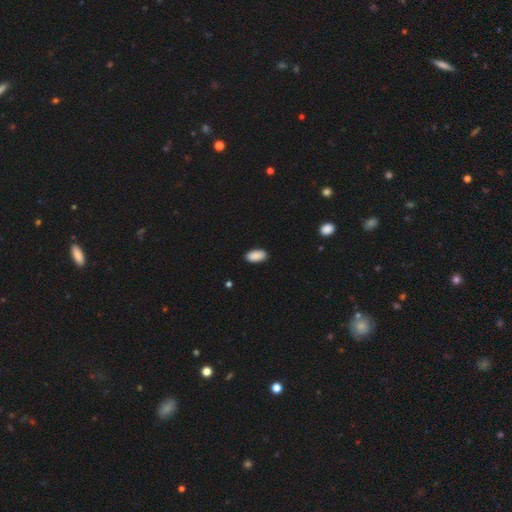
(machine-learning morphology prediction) smooth-or-featured: smooth: 90% | star or artifact: 7% | featured or disk: 3%
  how-rounded: in between: 94% | cigar-shaped: 3% | round: 2%
  merging: none: 89% | minor disturbance: 8% | major disturbance: 2% | merger: 1%